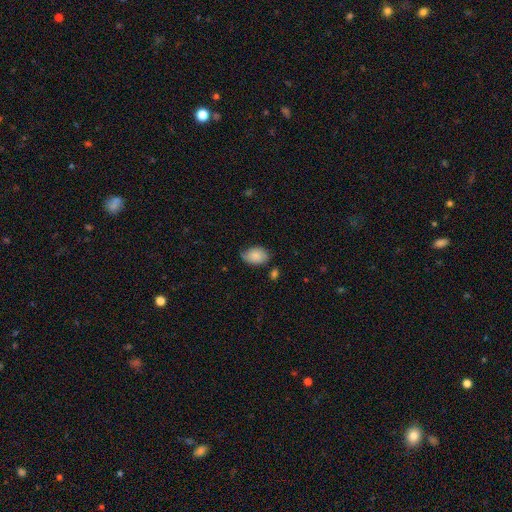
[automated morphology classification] A smooth galaxy with no disk features (79%) that is in between round and cigar-shaped (82%). Merging: none (62%).